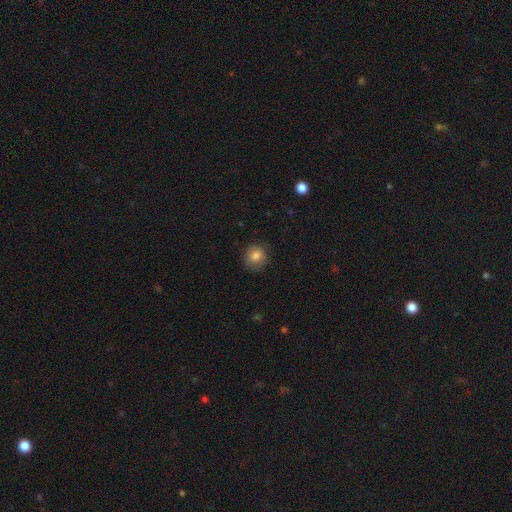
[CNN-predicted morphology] This appears to be a smooth galaxy with no disk features (80%) that is round (89%). Merging: none (83%).